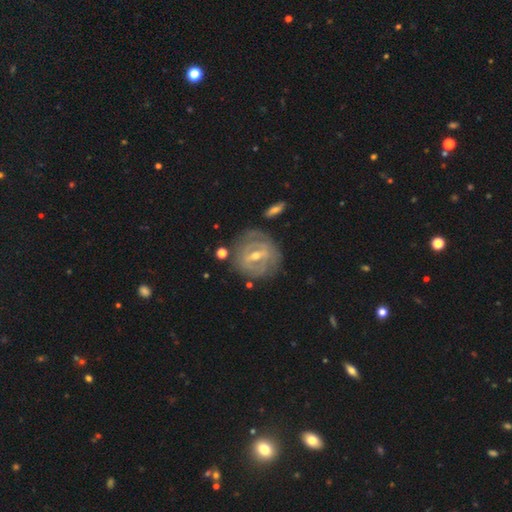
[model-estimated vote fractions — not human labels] featured or disk 80%, smooth 13%, star or artifact 7%. Down the decision tree: edge-on disk — no (93%); bar — strong (44%); spiral arms — yes (73%); spiral arm count — can't tell (47%); spiral winding — tight (69%); bulge size — moderate (54%); merging — none (74%).